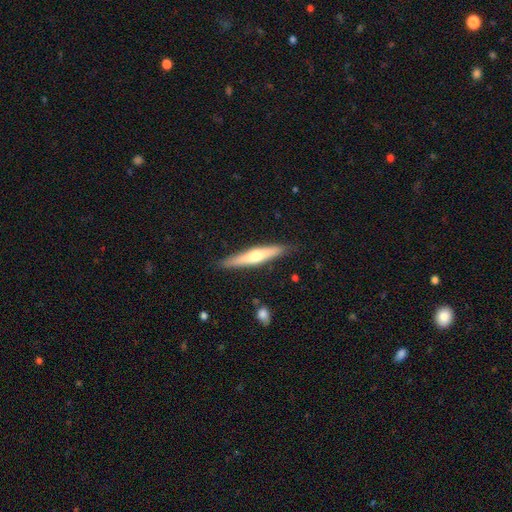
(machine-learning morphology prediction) A featured or disk galaxy (53%) viewed edge-on (95%). Merging: none (87%).